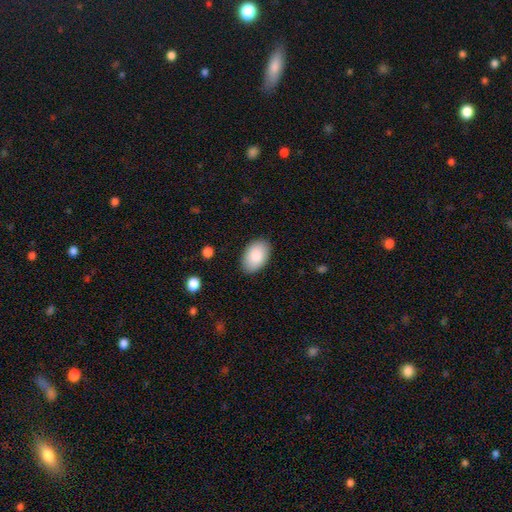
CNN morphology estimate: This appears to be a smooth galaxy with no disk features (87%) that is in between round and cigar-shaped (92%). Merging: none (87%).